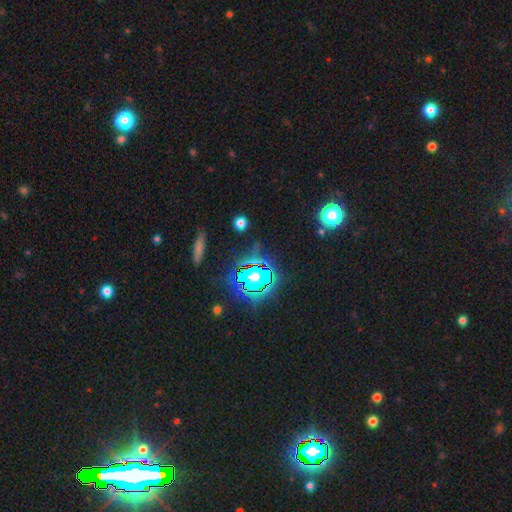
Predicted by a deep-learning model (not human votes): Overall: star or artifact (79%).